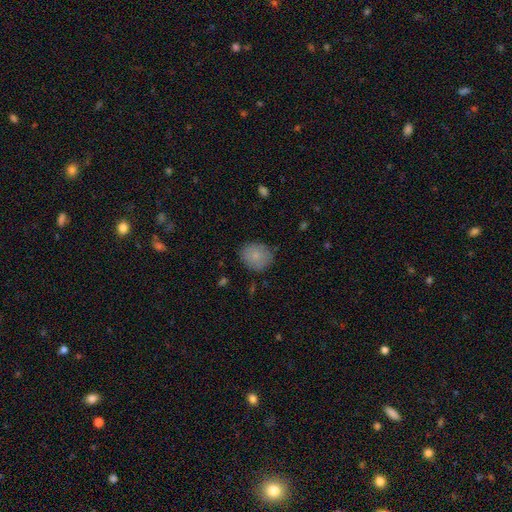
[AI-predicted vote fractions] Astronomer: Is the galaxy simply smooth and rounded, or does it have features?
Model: smooth — 80%.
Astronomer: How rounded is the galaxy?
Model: round — 65%.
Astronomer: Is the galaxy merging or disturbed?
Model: none — 77%.